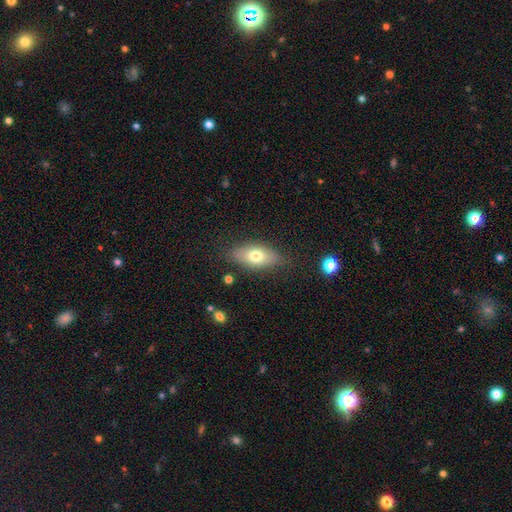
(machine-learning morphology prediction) The model was most divided on "smooth or featured": smooth: 71%, featured or disk: 21%, star or artifact: 8%. More confident: how rounded — in between (85%); merging — none (80%).